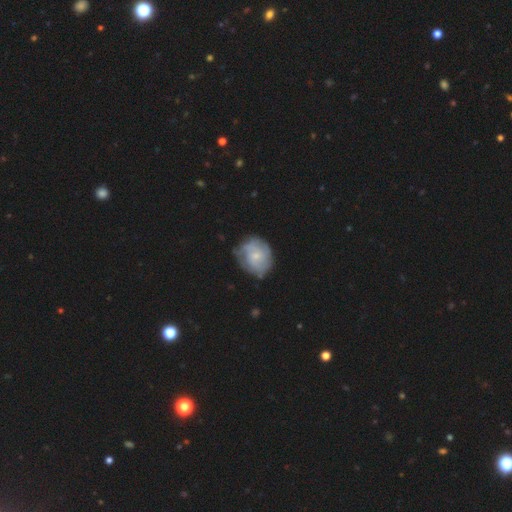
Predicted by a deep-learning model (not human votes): smooth_or_featured: featured or disk (p=0.57) [alt: smooth p=0.36]
disk_edge_on: no (p=0.97) [alt: yes p=0.03]
bar: no (p=0.73) [alt: weak p=0.24]
has_spiral_arms: yes (p=0.74) [alt: no p=0.26]
bulge_size: small (p=0.72) [alt: moderate p=0.20]
merging: none (p=0.62) [alt: minor disturbance p=0.26]